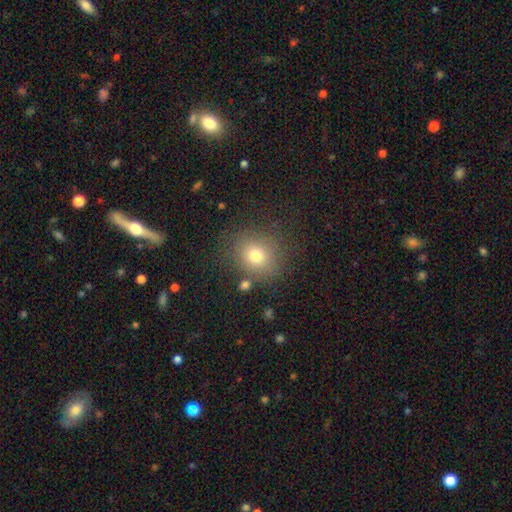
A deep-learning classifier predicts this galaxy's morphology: smooth 74%, star or artifact 15%, featured or disk 11%. Down the decision tree: how rounded — round (76%); merging — none (78%).